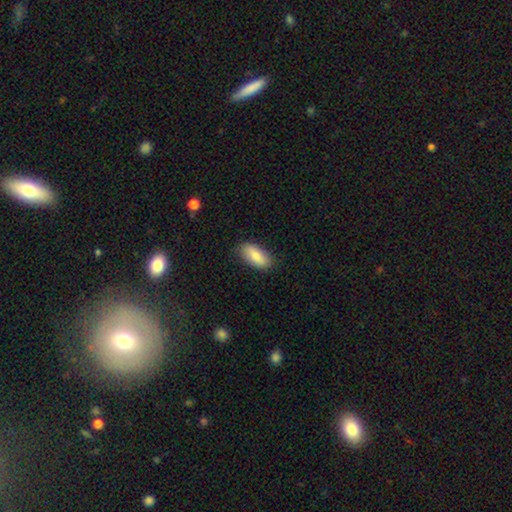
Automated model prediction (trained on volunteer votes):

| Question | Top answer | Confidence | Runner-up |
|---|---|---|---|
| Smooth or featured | smooth | 81% | featured or disk (12%) |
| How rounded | in between | 88% | cigar-shaped (9%) |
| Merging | none | 83% | minor disturbance (13%) |